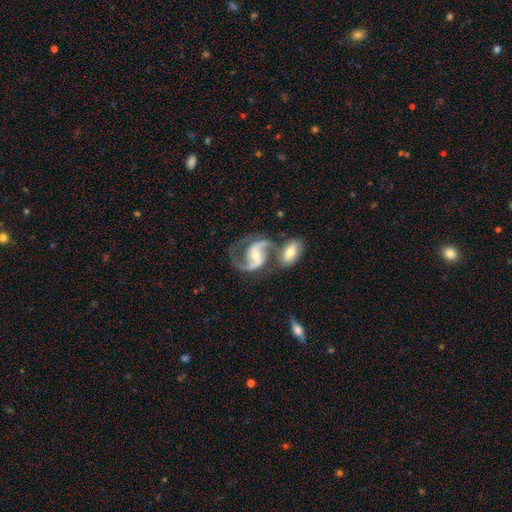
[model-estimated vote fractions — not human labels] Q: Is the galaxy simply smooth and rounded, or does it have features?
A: featured or disk — 90%.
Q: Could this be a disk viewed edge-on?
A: no — 98%.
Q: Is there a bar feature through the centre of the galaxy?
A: weak — 40%.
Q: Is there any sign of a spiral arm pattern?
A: yes — 97%.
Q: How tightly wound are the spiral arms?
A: medium — 52%.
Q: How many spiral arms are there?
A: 2 — 92%.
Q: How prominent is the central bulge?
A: moderate — 50%.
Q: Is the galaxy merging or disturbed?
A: none — 41%.